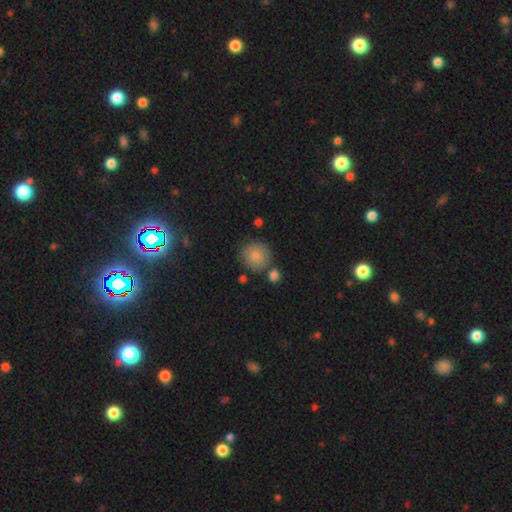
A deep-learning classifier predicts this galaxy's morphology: Q: Smooth or featured?
A: smooth (85%); runner-up: star or artifact (8%)
Q: How rounded?
A: round (91%); runner-up: in between (8%)
Q: Merging?
A: none (75%); runner-up: minor disturbance (13%)